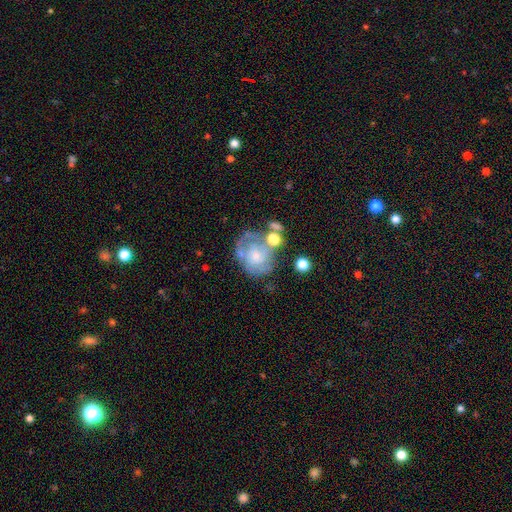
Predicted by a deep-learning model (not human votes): The model was most divided on "merging": none: 43%, minor disturbance: 23%, major disturbance: 20%, merger: 15%. More confident: edge-on disk — no (98%); bar — no (80%); spiral arms — yes (62%); smooth or featured — featured or disk (62%); bulge size — small (52%).